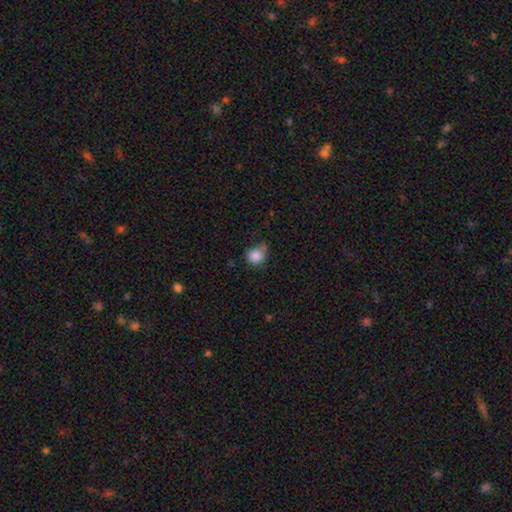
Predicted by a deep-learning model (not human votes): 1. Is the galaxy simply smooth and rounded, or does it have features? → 85% smooth, 10% star or artifact, 5% featured or disk.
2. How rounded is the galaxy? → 82% round, 17% in between, 1% cigar-shaped.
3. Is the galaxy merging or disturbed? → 56% none, 30% minor disturbance, 7% major disturbance, 6% merger.